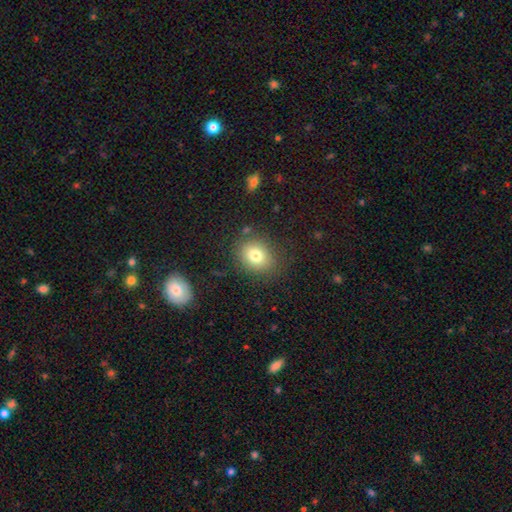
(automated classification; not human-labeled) The model was most divided on "how rounded": round: 61%, in between: 38%, cigar-shaped: 1%. More confident: merging — none (82%); smooth or featured — smooth (78%).